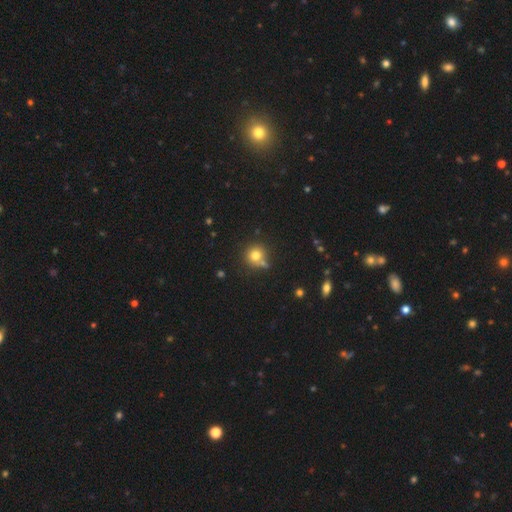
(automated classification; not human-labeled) This appears to be a smooth galaxy with no disk features (77%) that is round (90%). Merging: none (66%).